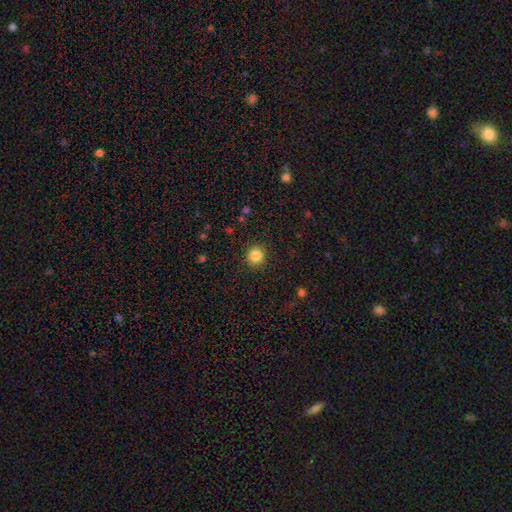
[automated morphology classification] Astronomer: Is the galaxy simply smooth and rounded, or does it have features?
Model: smooth — 85%.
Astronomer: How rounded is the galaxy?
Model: round — 92%.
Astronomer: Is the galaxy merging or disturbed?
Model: none — 91%.